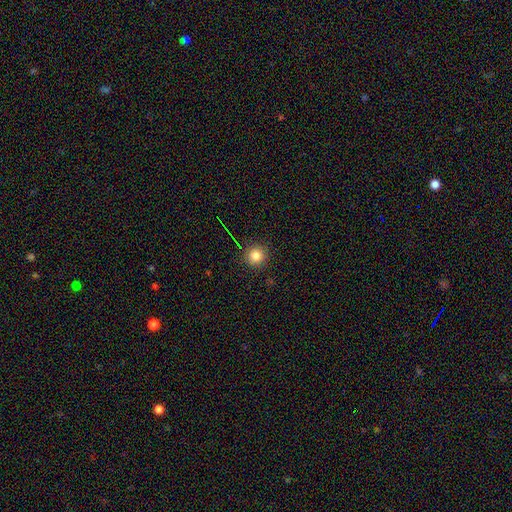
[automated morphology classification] Smooth or featured? Predicted: smooth (p=0.81). How rounded? Predicted: round (p=0.94). Merging? Predicted: none (p=0.90).